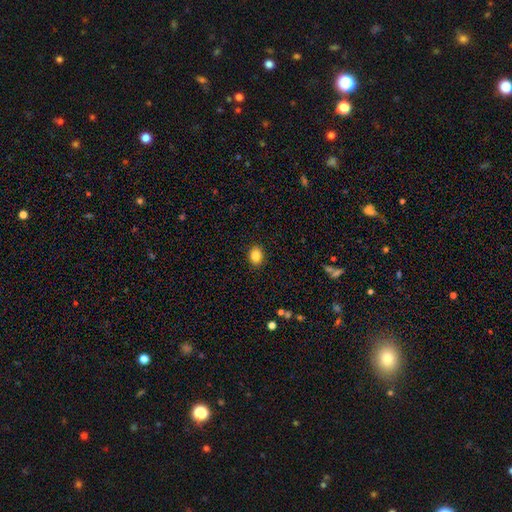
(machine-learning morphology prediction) This appears to be a smooth galaxy with no disk features (85%) that is in between round and cigar-shaped (56%). Merging: none (90%).